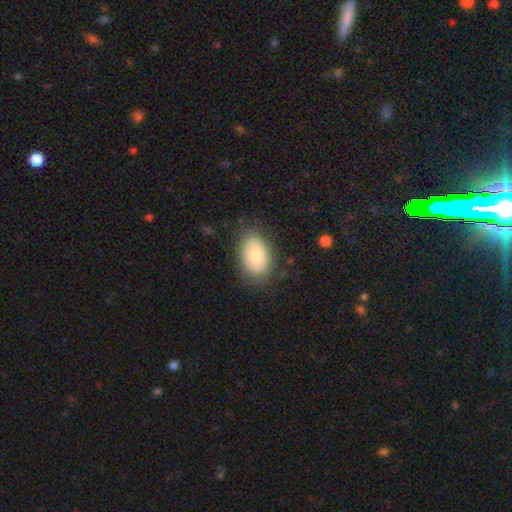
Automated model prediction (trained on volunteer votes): smooth_or_featured: smooth (p=0.77) [alt: featured or disk p=0.15]
how_rounded: in between (p=0.88) [alt: round p=0.11]
merging: none (p=0.78) [alt: minor disturbance p=0.16]